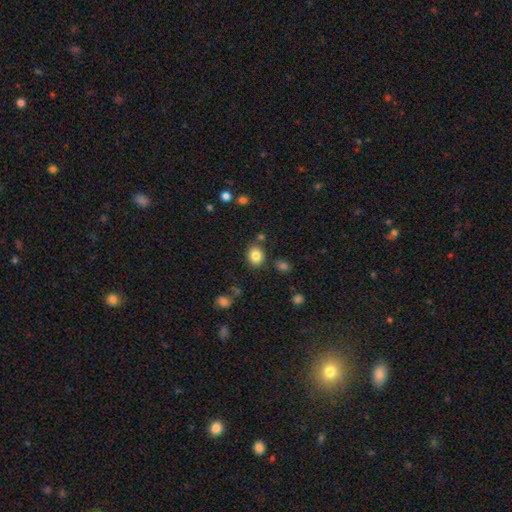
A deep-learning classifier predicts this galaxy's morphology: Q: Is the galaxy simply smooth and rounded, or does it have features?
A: smooth — 83%.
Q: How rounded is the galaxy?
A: round — 54%.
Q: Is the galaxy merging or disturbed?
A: none — 80%.